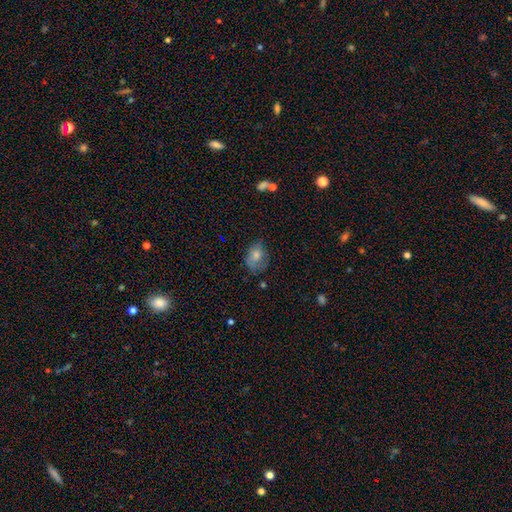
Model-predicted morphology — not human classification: smooth 72%, featured or disk 19%, star or artifact 10%. Down the decision tree: how rounded — in between (71%); merging — none (47%).